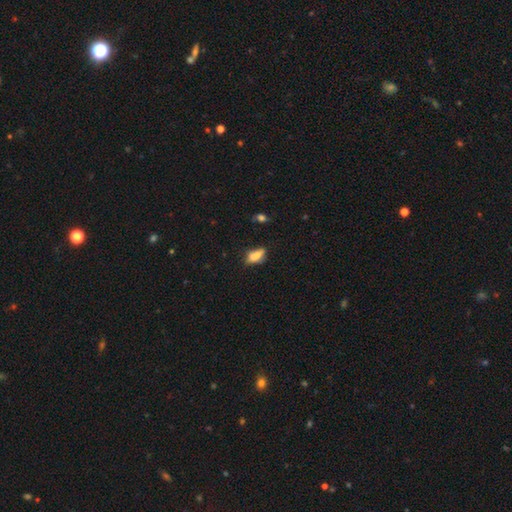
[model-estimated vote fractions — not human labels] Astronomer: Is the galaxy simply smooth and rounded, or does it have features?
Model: smooth — 68%.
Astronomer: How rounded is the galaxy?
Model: in between — 77%.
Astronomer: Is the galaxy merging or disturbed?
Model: none — 50%.